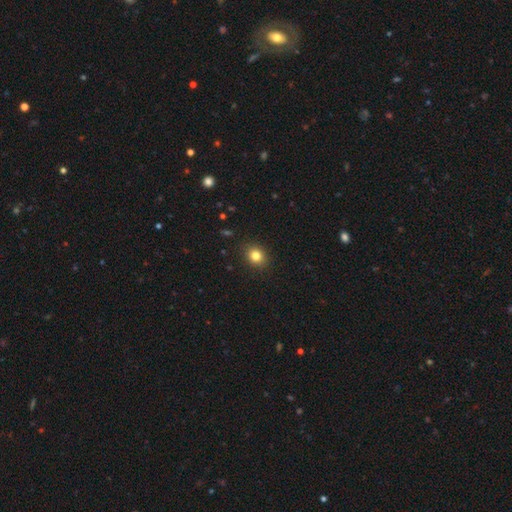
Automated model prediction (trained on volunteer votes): This is clearly a smooth galaxy (82%). How rounded: likely round (65%). Merging: clearly none (88%).